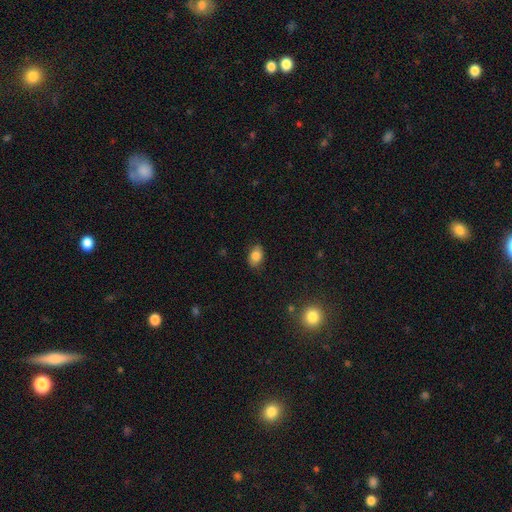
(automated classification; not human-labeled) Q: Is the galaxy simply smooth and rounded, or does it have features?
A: smooth — 84%.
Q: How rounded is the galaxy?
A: in between — 83%.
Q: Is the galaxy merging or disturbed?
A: none — 83%.